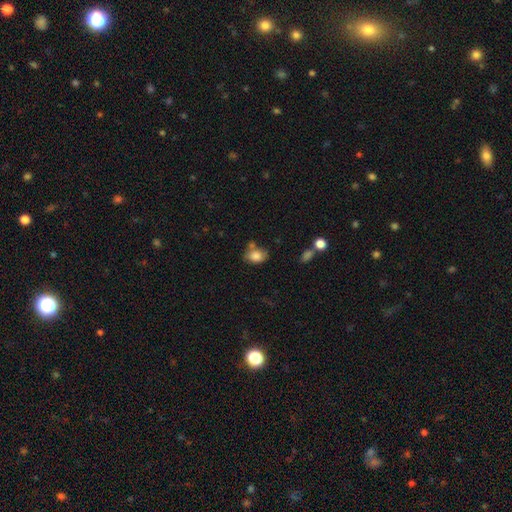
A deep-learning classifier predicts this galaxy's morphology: smooth 82%, featured or disk 9%, star or artifact 9%. Down the decision tree: how rounded — in between (71%); merging — none (55%).